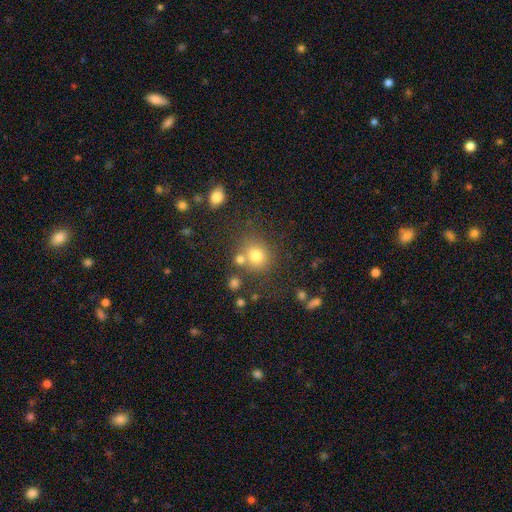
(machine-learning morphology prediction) Smooth or featured? smooth (76%)
How rounded? round (84%)
Merging? none (68%)